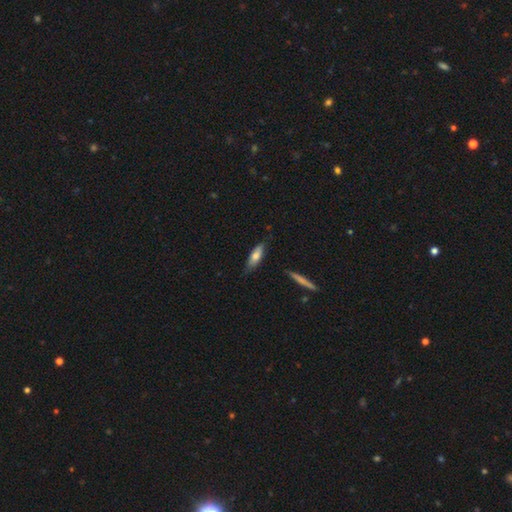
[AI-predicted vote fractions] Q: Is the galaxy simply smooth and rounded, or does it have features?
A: smooth — 69%.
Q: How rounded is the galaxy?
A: in between — 50%.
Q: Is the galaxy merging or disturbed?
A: none — 73%.